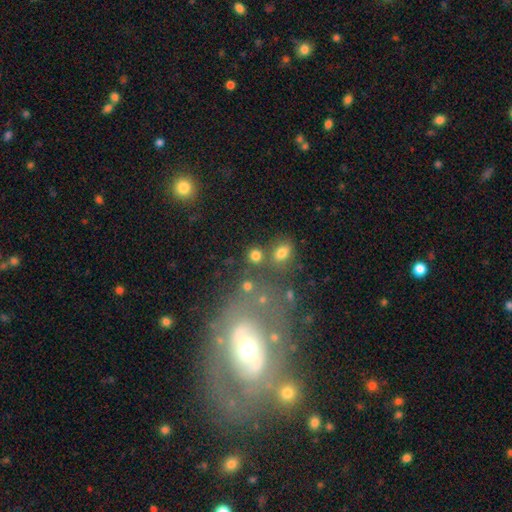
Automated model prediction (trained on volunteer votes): Smooth or featured? Predicted: smooth (p=0.77). How rounded? Predicted: round (p=0.75). Merging? Predicted: none (p=0.71).